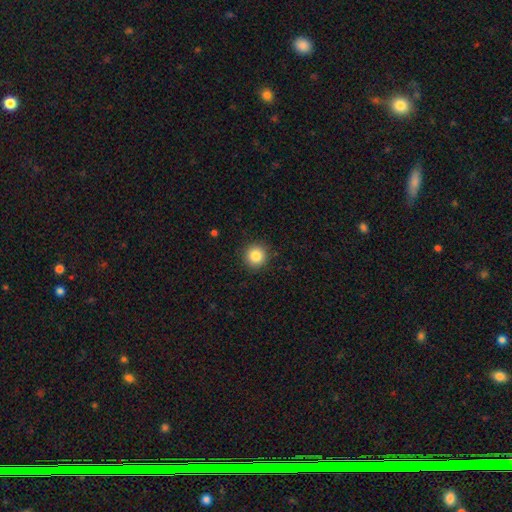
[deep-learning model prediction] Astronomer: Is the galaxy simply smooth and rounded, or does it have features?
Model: smooth — 85%.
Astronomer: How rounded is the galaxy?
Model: round — 95%.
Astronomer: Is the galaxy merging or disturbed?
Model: none — 91%.